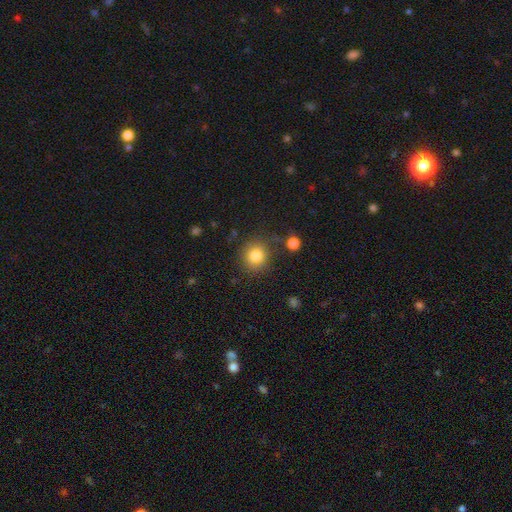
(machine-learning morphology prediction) The model was most divided on "smooth or featured": smooth: 82%, star or artifact: 11%, featured or disk: 7%. More confident: how rounded — round (89%); merging — none (82%).